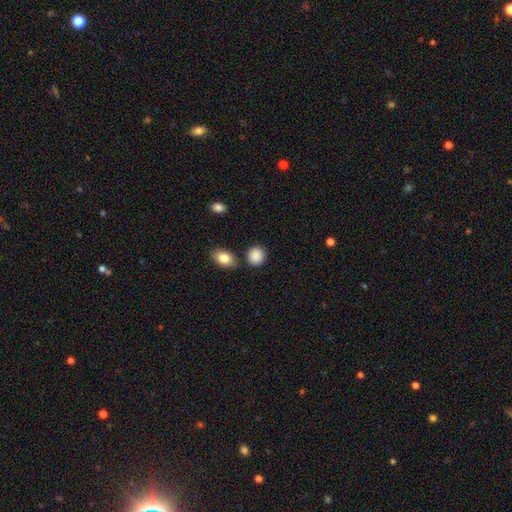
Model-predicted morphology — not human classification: type=smooth (89%); roundness=round (77%); merging=none (80%).